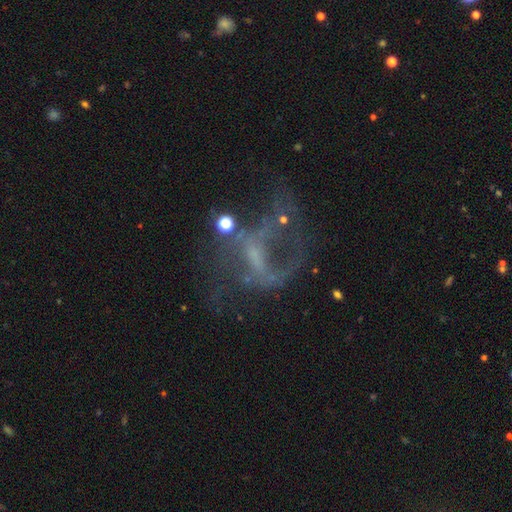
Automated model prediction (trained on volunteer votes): Q: Smooth or featured?
A: featured or disk (70%); runner-up: star or artifact (18%)
Q: Edge-on disk?
A: no (97%); runner-up: yes (3%)
Q: Bar?
A: no (46%); runner-up: weak (38%)
Q: Spiral arms?
A: yes (59%); runner-up: no (41%)
Q: Bulge size?
A: none (45%); runner-up: small (39%)
Q: Merging?
A: major disturbance (42%); runner-up: none (34%)